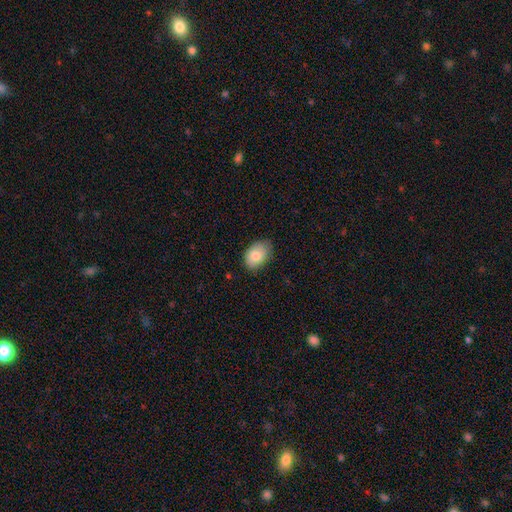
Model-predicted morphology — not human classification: Smooth or featured: smooth — 83% (featured or disk — 10%)
How rounded: in between — 84% (round — 15%)
Merging: none — 75% (minor disturbance — 21%)